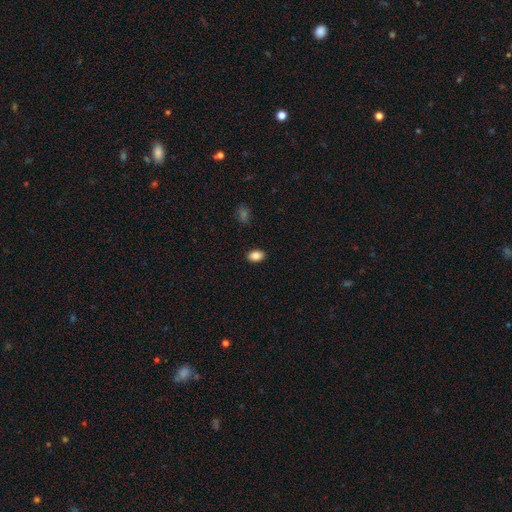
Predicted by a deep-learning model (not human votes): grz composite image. It shows a smooth galaxy with no disk features (86%) that is in between round and cigar-shaped (86%). Merging: none (90%).